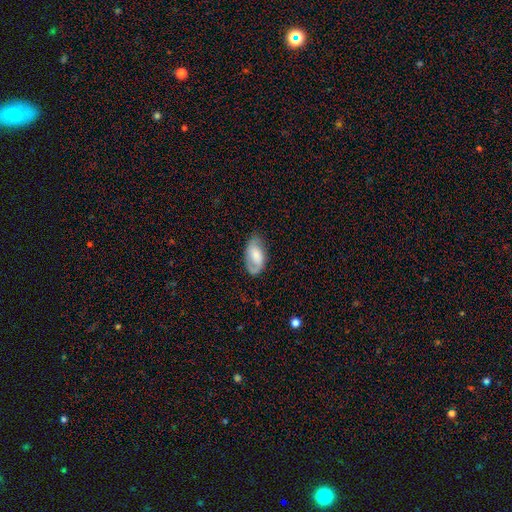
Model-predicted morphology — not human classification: This is possibly a smooth galaxy (50%). Merging: likely none (63%).